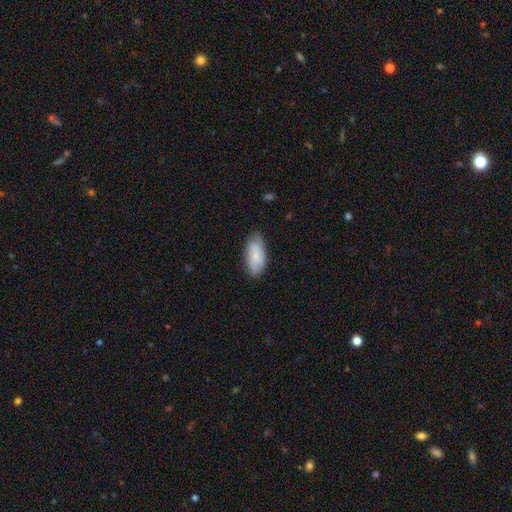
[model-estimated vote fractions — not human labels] Smooth or featured? Predicted: smooth (p=0.74). How rounded? Predicted: in between (p=0.87). Merging? Predicted: none (p=0.77).